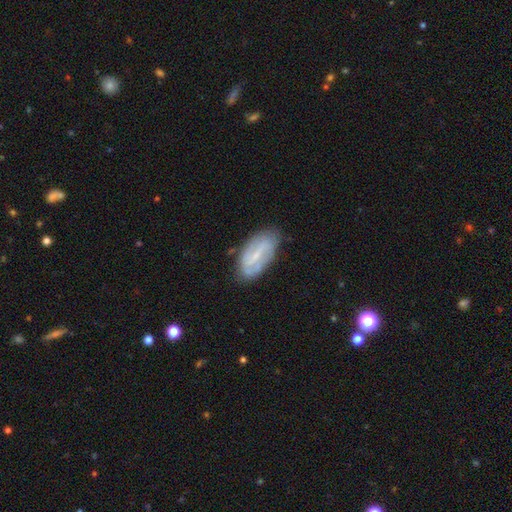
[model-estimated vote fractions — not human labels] Smooth or featured? Predicted: featured or disk (p=0.66). Edge-on disk? Predicted: no (p=0.92). Bar? Predicted: strong (p=0.43, tied with weak). Spiral arms? Predicted: yes (p=0.70). Bulge size? Predicted: small (p=0.63). Merging? Predicted: none (p=0.73).